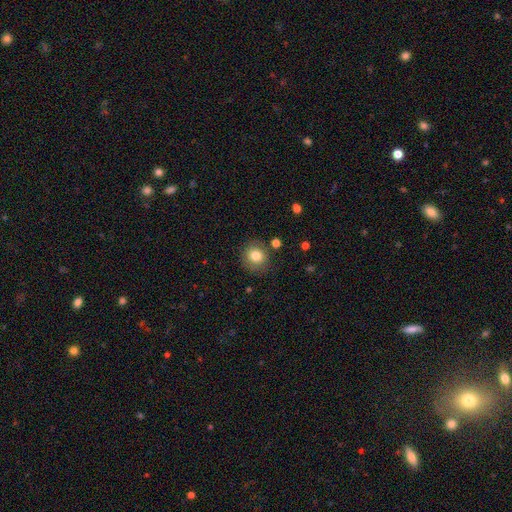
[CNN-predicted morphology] smooth 82%, star or artifact 10%, featured or disk 8%. Down the decision tree: how rounded — round (84%); merging — none (83%).